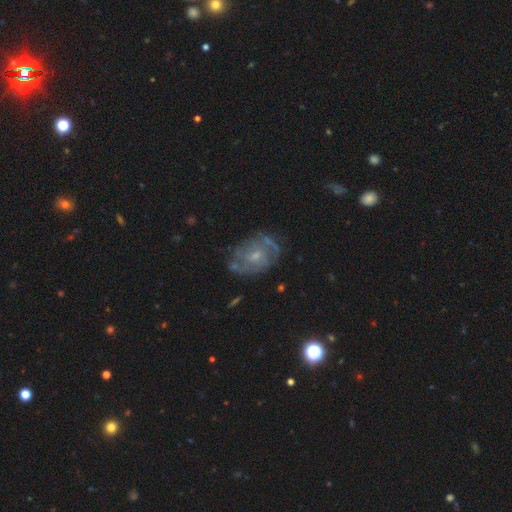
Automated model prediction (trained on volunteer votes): Smooth or featured? Predicted: featured or disk (p=0.73). Edge-on disk? Predicted: no (p=0.97). Bar? Predicted: no (p=0.65). Spiral arms? Predicted: yes (p=0.78). Spiral winding? Predicted: tight (p=0.42). Spiral arm count? Predicted: can't tell (p=0.39). Bulge size? Predicted: small (p=0.62). Merging? Predicted: none (p=0.63).